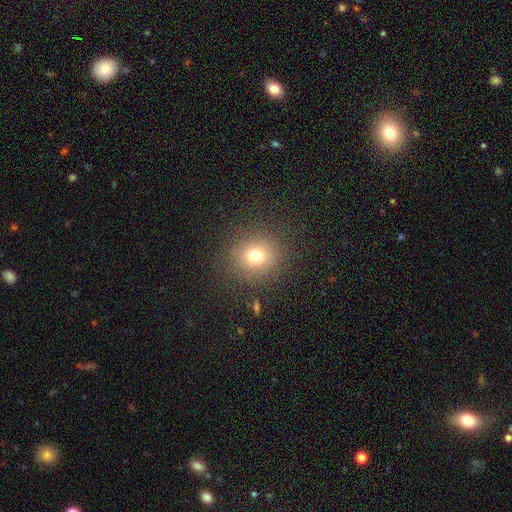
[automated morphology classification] smooth-or-featured: smooth: 73% | star or artifact: 16% | featured or disk: 11%
  how-rounded: round: 85% | in between: 14% | cigar-shaped: 1%
  merging: none: 86% | minor disturbance: 8% | major disturbance: 5% | merger: 1%